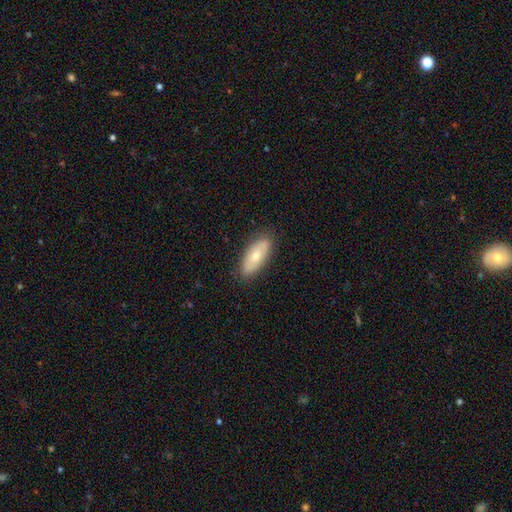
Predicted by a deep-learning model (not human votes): This is likely a smooth galaxy (64%). How rounded: likely in between (80%). Merging: clearly none (86%).